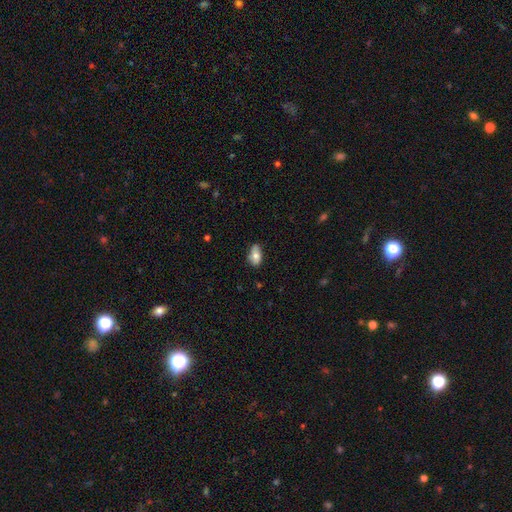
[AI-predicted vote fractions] Smooth or featured? smooth (74%)
How rounded? in between (90%)
Merging? none (61%)